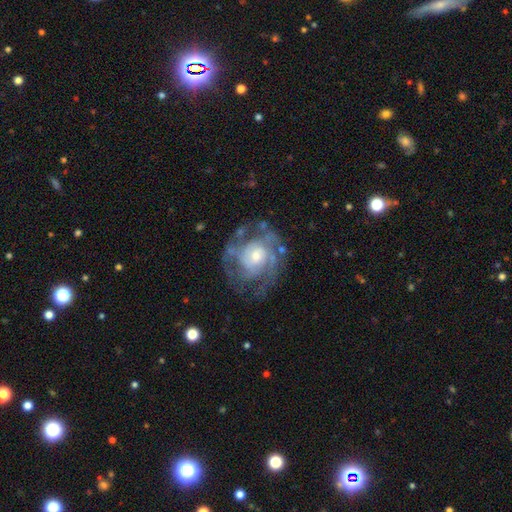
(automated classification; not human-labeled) Smooth or featured: featured or disk — 83% (smooth — 11%)
Edge-on disk: no — 97% (yes — 3%)
Bar: no — 72% (weak — 23%)
Spiral arms: yes — 86% (no — 14%)
Spiral winding: tight — 54% (medium — 35%)
Spiral arm count: can't tell — 38% (2 — 24%)
Bulge size: moderate — 51% (small — 38%)
Merging: none — 66% (minor disturbance — 18%)